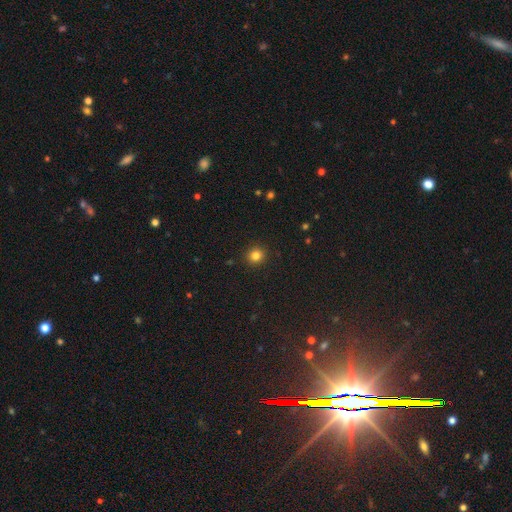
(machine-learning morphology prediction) type=smooth (82%); roundness=round (90%); merging=none (92%).